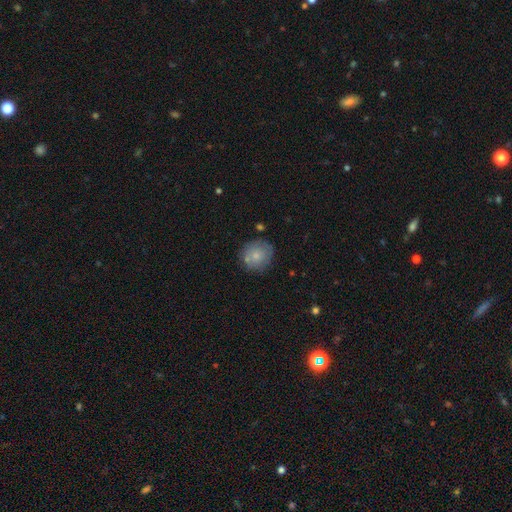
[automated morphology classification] This appears to be a smooth galaxy with no disk features (73%) that is round (88%). Merging: none (74%).